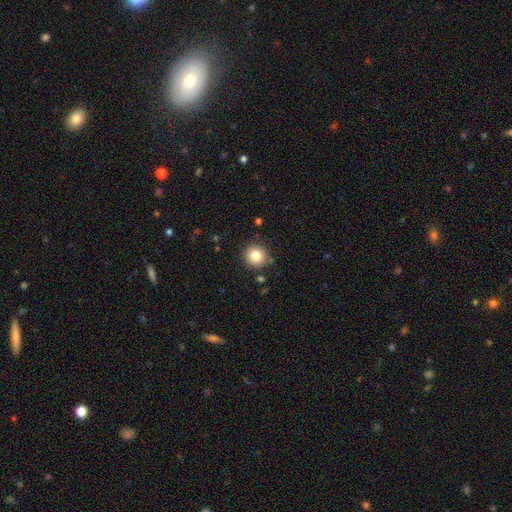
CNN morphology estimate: Smooth or featured? smooth (82%)
How rounded? round (94%)
Merging? none (87%)